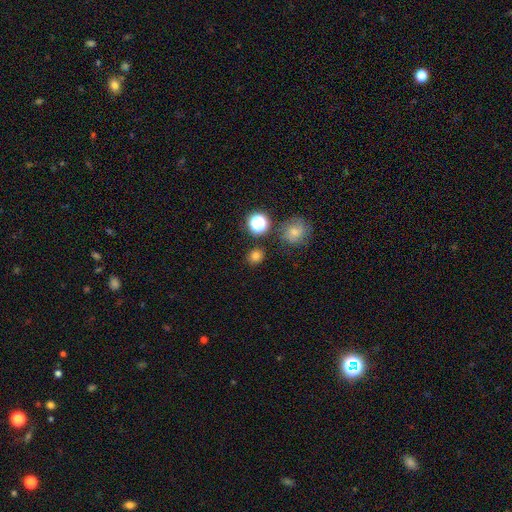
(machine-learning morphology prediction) A smooth galaxy with no disk features (76%) that is round (83%).

Vote fractions:
- Smooth or featured? smooth: 76% / star or artifact: 19% / featured or disk: 5%
- How rounded? round: 83% / in between: 16% / cigar-shaped: 1%
- Merging? none: 86% / minor disturbance: 8% / merger: 4% / major disturbance: 3%